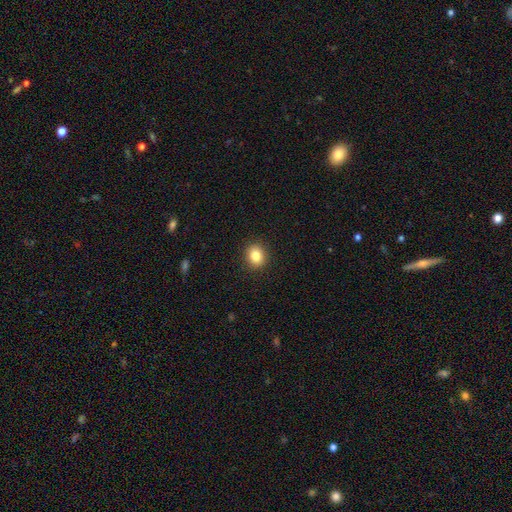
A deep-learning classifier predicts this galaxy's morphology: This is clearly a smooth galaxy (84%). How rounded: likely round (67%). Merging: clearly none (91%).